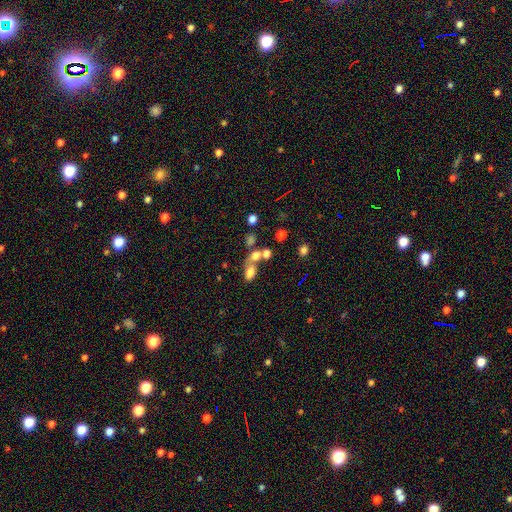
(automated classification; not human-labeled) smooth_or_featured: smooth (p=0.69) [alt: star or artifact p=0.16]
how_rounded: in between (p=0.61) [alt: round p=0.36]
merging: merger (p=0.51) [alt: none p=0.32]